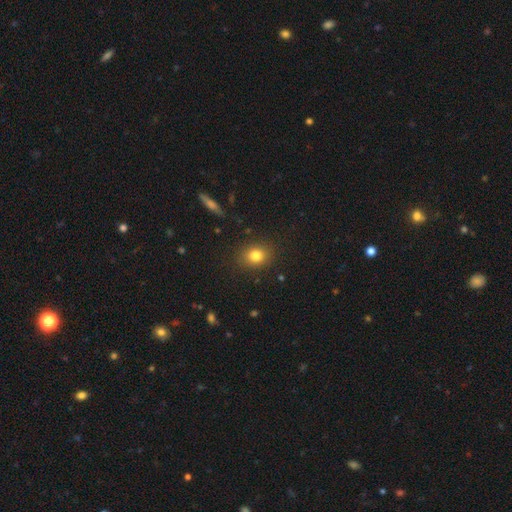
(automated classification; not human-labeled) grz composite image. It shows a smooth galaxy with no disk features (80%) that is round (59%). Merging: none (87%).